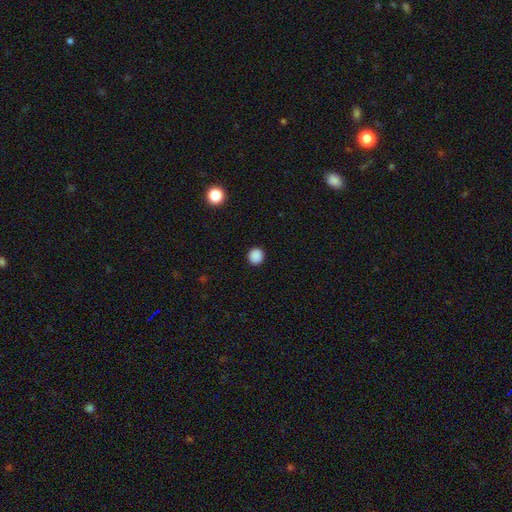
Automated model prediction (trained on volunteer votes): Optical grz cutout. It shows a smooth galaxy with no disk features (87%) that is round (92%). Merging: none (92%).